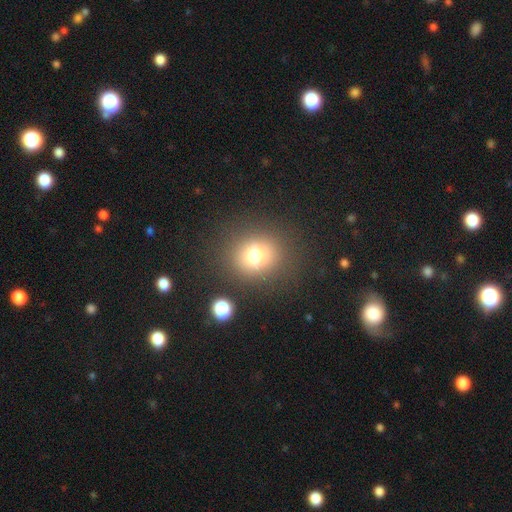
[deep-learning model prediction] The model was most divided on "smooth or featured": smooth: 73%, star or artifact: 17%, featured or disk: 10%. More confident: merging — none (83%); how rounded — round (80%).